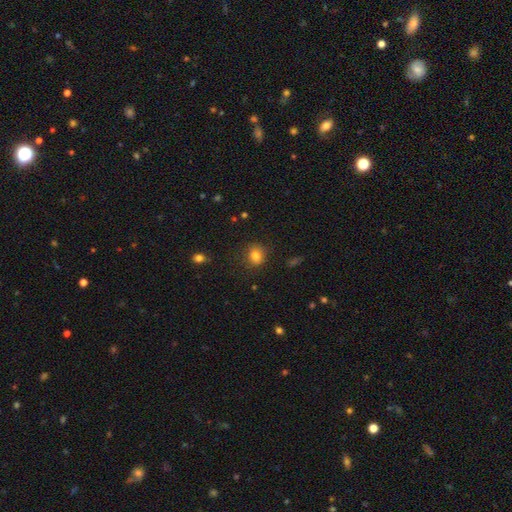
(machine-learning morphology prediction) This appears to be a smooth galaxy with no disk features (82%) that is round (68%). Merging: none (84%).